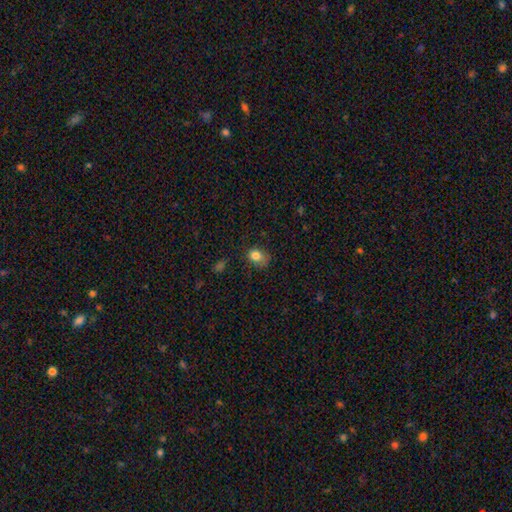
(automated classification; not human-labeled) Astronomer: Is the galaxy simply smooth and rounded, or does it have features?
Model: smooth — 81%.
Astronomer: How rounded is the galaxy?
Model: round — 52% (runner-up: in between, 47%).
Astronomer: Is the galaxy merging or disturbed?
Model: none — 56% (runner-up: minor disturbance, 31%).